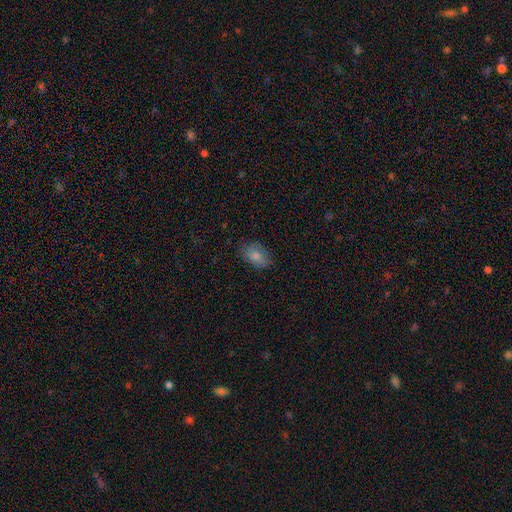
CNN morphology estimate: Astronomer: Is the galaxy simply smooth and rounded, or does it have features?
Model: smooth — 80%.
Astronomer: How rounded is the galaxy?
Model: in between — 83%.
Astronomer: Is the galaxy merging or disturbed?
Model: none — 78%.